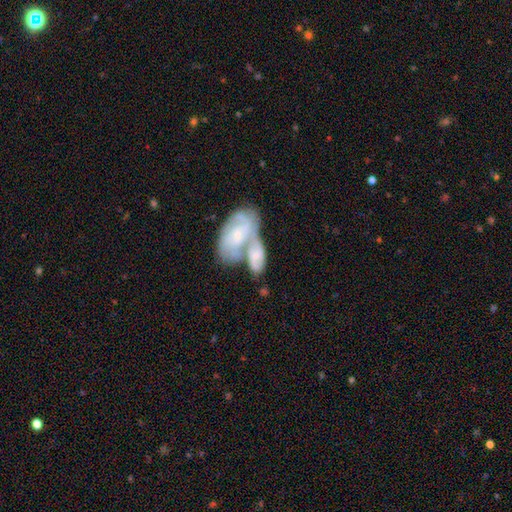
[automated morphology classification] The model was most divided on "smooth or featured": featured or disk: 59%, smooth: 35%, star or artifact: 6%. More confident: edge-on disk — no (94%); spiral arms — yes (74%); merging — merger (72%); bar — no (63%); bulge size — small (62%).